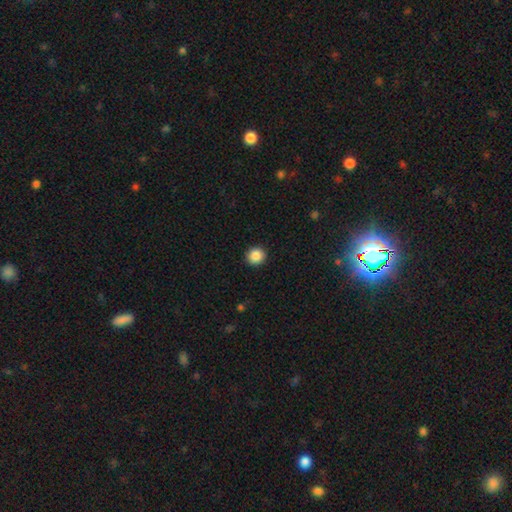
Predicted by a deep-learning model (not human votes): A smooth galaxy with no disk features (88%) that is round (91%).

Vote fractions:
- Smooth or featured? smooth: 88% / star or artifact: 9% / featured or disk: 3%
- How rounded? round: 91% / in between: 8% / cigar-shaped: 1%
- Merging? none: 92% / minor disturbance: 5% / major disturbance: 2% / merger: 1%